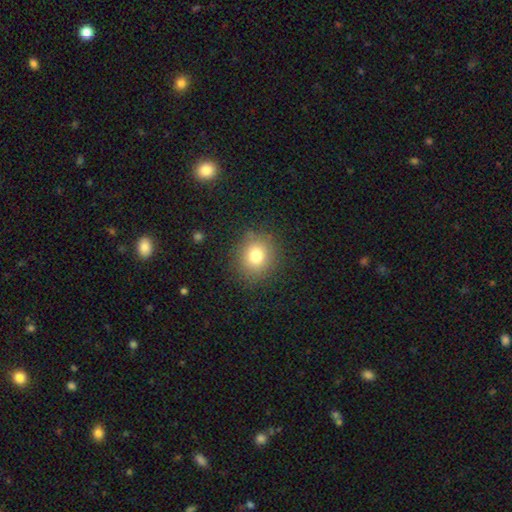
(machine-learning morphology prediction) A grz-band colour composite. It shows a smooth galaxy with no disk features (78%) that is round (79%). Merging: none (85%).